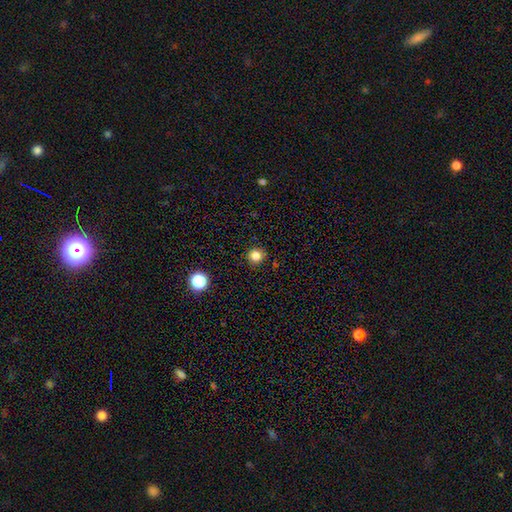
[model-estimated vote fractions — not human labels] smooth 82%, star or artifact 13%, featured or disk 5%. Down the decision tree: how rounded — round (93%); merging — none (90%).